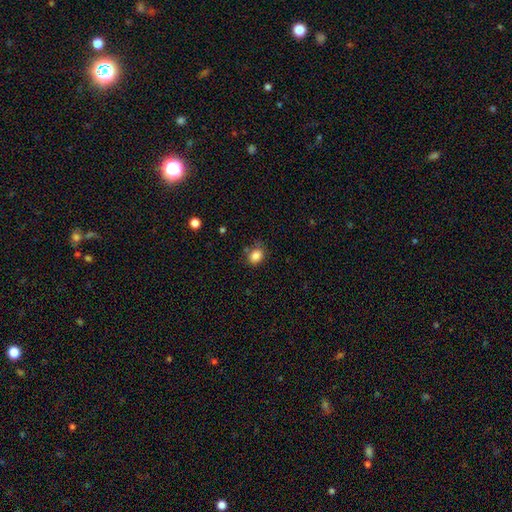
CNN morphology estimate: smooth 85%, star or artifact 10%, featured or disk 5%. Down the decision tree: how rounded — in between (52%); merging — none (71%).